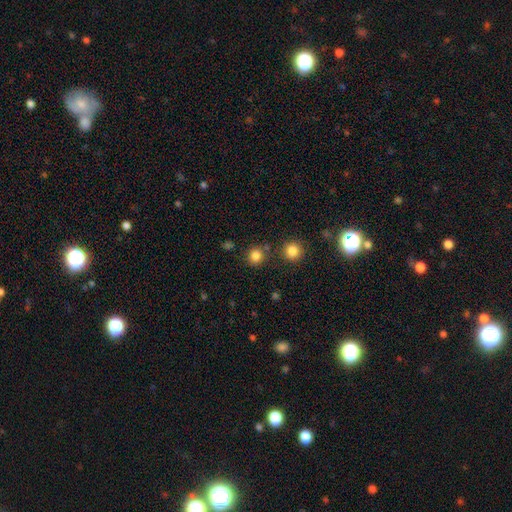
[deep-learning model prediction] Overall: smooth (83%). How rounded: round (90%). Merging: none (82%).